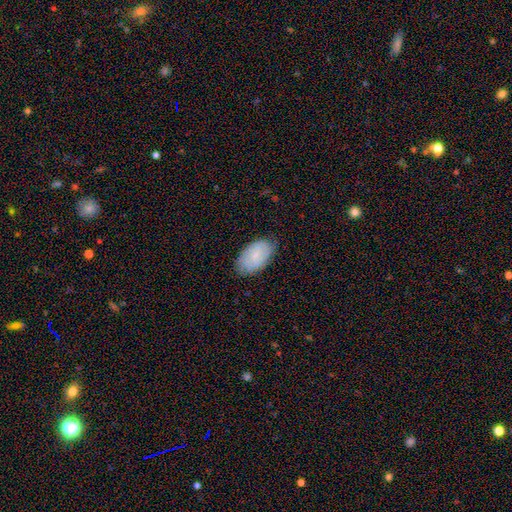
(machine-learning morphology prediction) Q: Smooth or featured?
A: smooth (66%); runner-up: featured or disk (27%)
Q: How rounded?
A: in between (94%); runner-up: round (5%)
Q: Merging?
A: none (77%); runner-up: minor disturbance (19%)